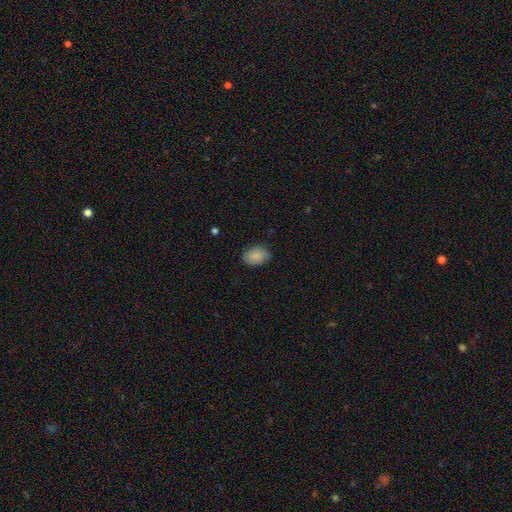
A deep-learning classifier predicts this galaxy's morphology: Smooth or featured?
  - smooth: 83% *
  - featured or disk: 11%
  - star or artifact: 7%
How rounded?
  - in between: 81% *
  - round: 17%
  - cigar-shaped: 1%
Merging?
  - none: 81% *
  - minor disturbance: 15%
  - major disturbance: 3%
  - merger: 1%